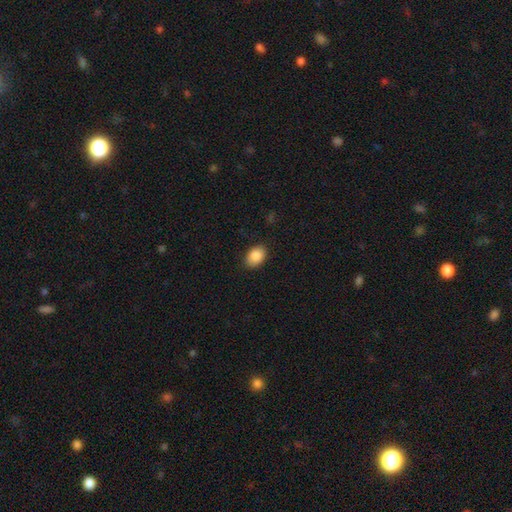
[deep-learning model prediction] A smooth galaxy with no disk features (89%) that is in between round and cigar-shaped (81%).

Vote fractions:
- Smooth or featured? smooth: 89% / star or artifact: 7% / featured or disk: 4%
- How rounded? in between: 81% / round: 18% / cigar-shaped: 1%
- Merging? none: 87% / minor disturbance: 10% / major disturbance: 2% / merger: 1%